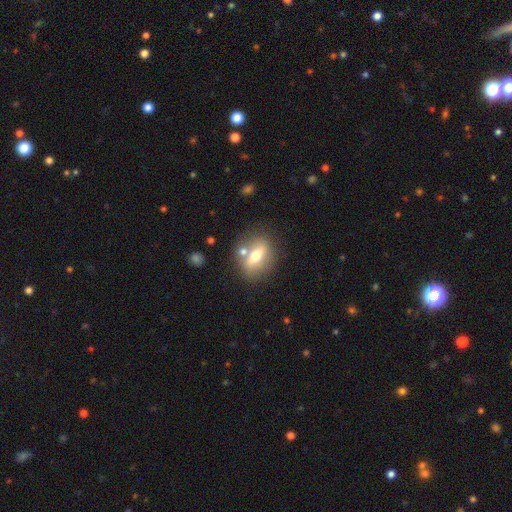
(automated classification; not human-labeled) Smooth or featured? Predicted: smooth (p=0.49). Merging? Predicted: none (p=0.71).